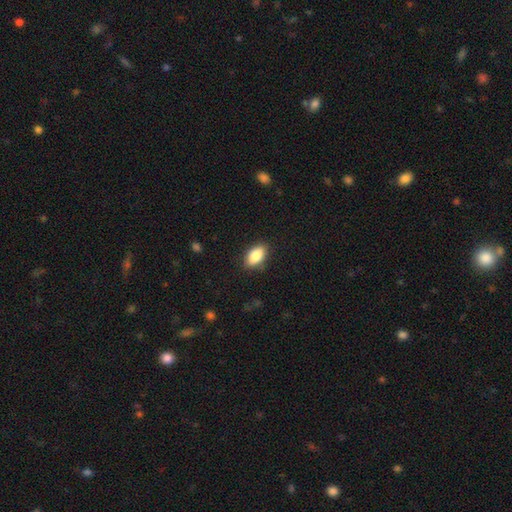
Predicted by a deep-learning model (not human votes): Morphology: type=smooth (87%); roundness=in between (92%); merging=none (86%).